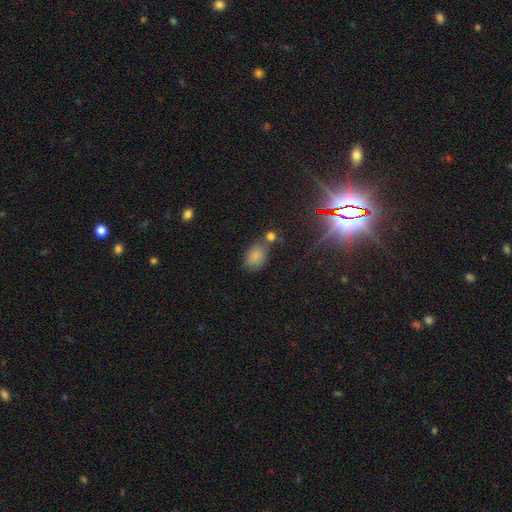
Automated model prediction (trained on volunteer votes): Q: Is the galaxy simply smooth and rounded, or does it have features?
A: smooth — 77%.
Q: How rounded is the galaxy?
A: in between — 79%.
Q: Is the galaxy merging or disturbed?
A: none — 55%.